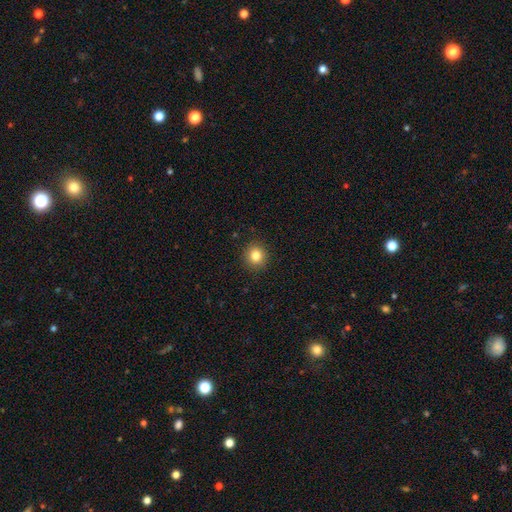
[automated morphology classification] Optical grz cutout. It shows a smooth galaxy with no disk features (83%) that is round (89%). Merging: none (91%).